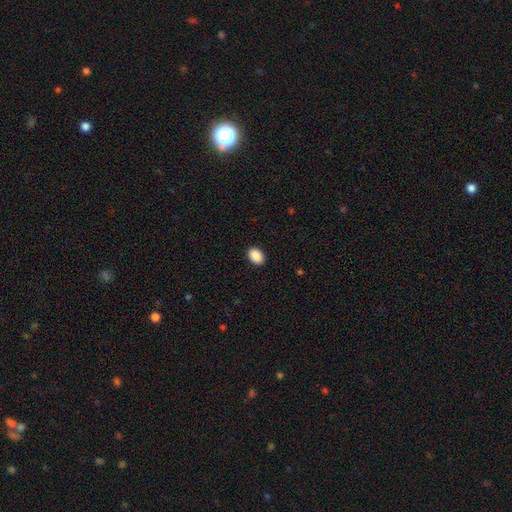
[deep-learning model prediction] This is clearly a smooth galaxy (90%). How rounded: likely in between (75%). Merging: clearly none (91%).